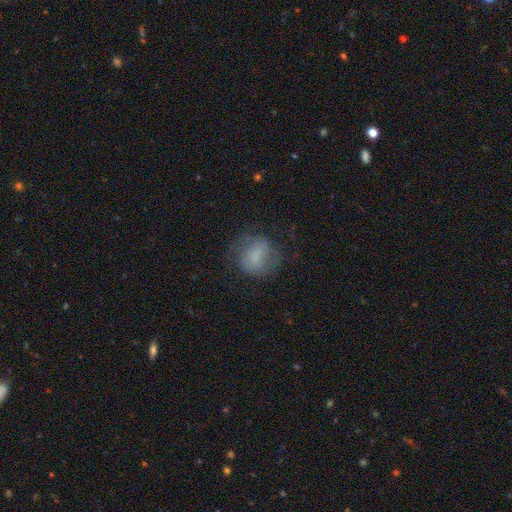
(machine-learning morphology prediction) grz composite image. It shows a smooth galaxy with no disk features (52%) that is round (62%). Merging: none (63%).